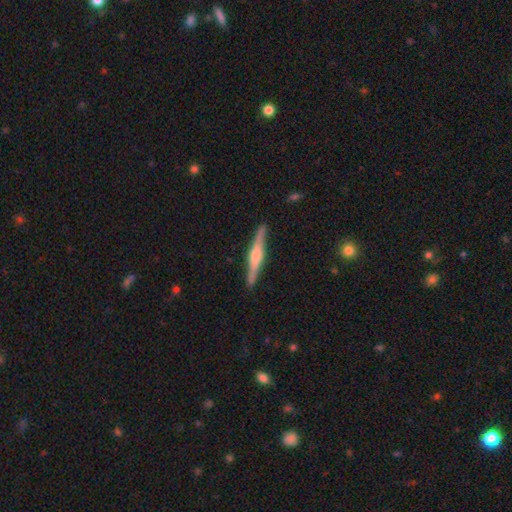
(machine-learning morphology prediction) smooth_or_featured: featured or disk (p=0.72) [alt: smooth p=0.23]
disk_edge_on: yes (p=0.98) [alt: no p=0.02]
edge_on_bulge: rounded (p=0.67) [alt: boxy p=0.24]
merging: none (p=0.90) [alt: minor disturbance p=0.07]